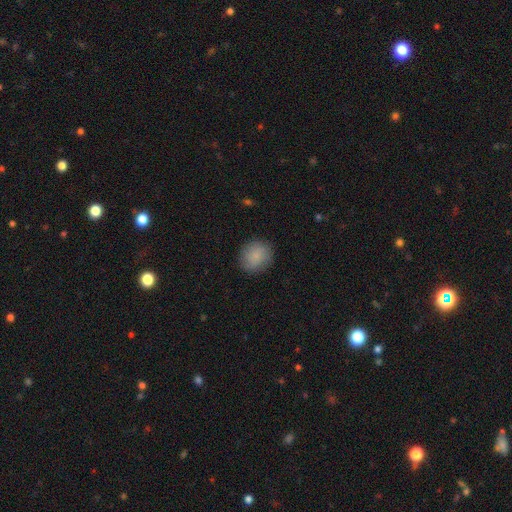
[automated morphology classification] The model was most divided on "how rounded": round: 77%, in between: 22%, cigar-shaped: 1%. More confident: smooth or featured — smooth (86%); merging — none (85%).